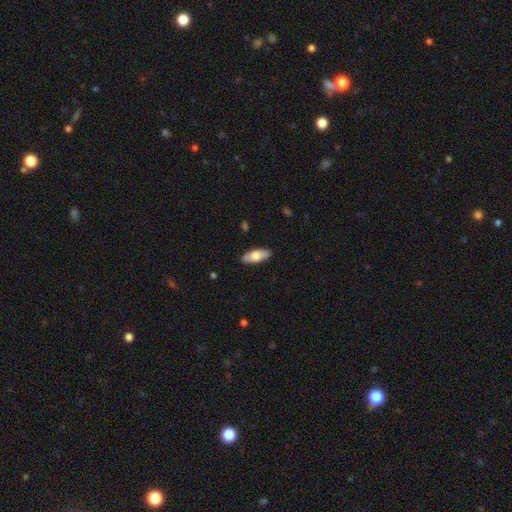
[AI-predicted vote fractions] smooth-or-featured: smooth: 69% | featured or disk: 26% | star or artifact: 5%
  how-rounded: in between: 80% | cigar-shaped: 18% | round: 2%
  merging: none: 88% | minor disturbance: 9% | major disturbance: 2% | merger: 1%